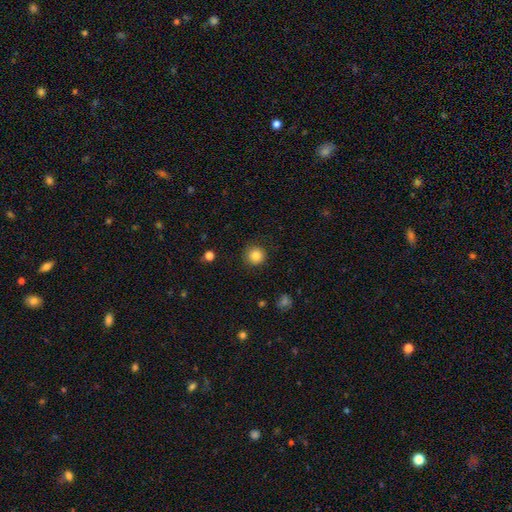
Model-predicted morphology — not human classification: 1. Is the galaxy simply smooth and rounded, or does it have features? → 85% smooth, 10% star or artifact, 5% featured or disk.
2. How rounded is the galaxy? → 95% round, 5% in between, 1% cigar-shaped.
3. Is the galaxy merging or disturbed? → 90% none, 7% minor disturbance, 2% major disturbance, 1% merger.